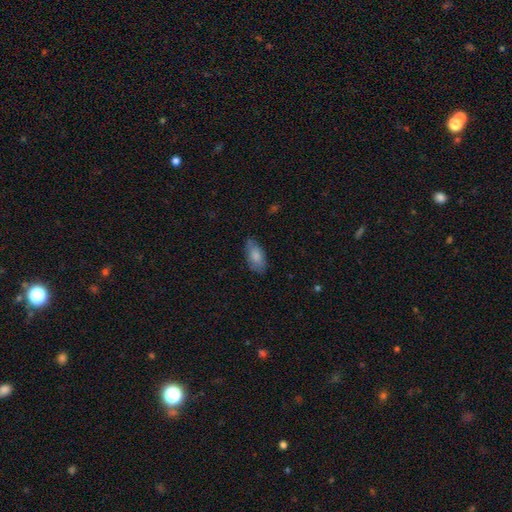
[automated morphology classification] Smooth or featured: smooth — 81% (featured or disk — 13%)
How rounded: in between — 91% (cigar-shaped — 6%)
Merging: none — 73% (minor disturbance — 21%)